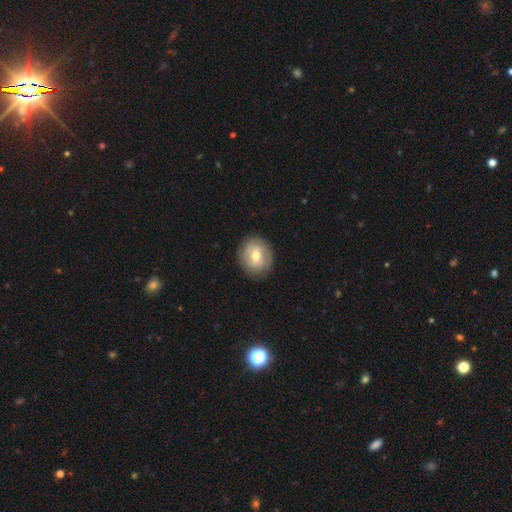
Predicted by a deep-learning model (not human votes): A smooth galaxy with no disk features (50%).

Vote fractions:
- Smooth or featured? smooth: 50% / featured or disk: 43% / star or artifact: 7%
- Merging? none: 84% / minor disturbance: 11% / major disturbance: 4% / merger: 1%